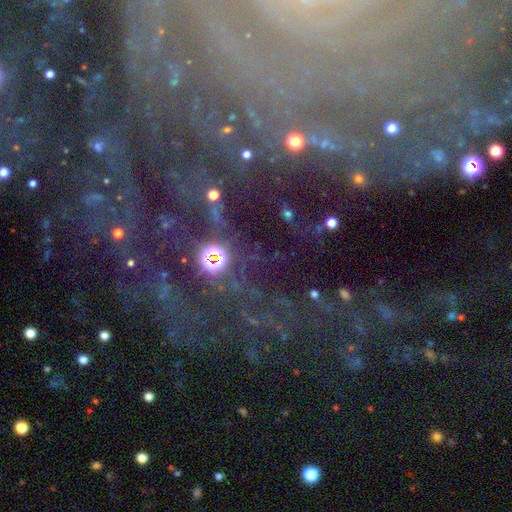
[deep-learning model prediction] A featured or disk galaxy (47%).

Vote fractions:
- Smooth or featured? featured or disk: 47% / star or artifact: 40% / smooth: 13%
- Merging? none: 71% / minor disturbance: 13% / major disturbance: 11% / merger: 5%